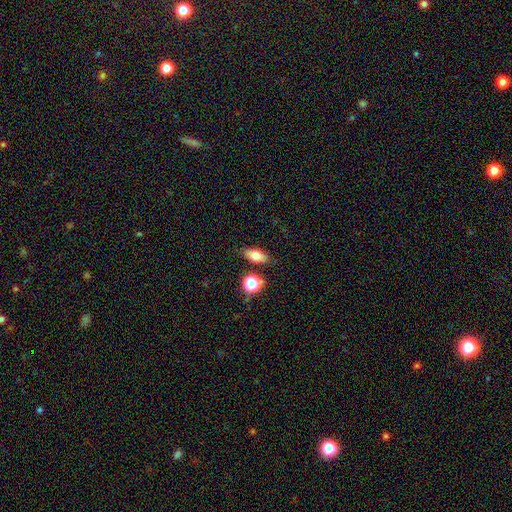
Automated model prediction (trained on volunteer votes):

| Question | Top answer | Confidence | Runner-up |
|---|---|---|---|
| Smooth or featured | smooth | 78% | star or artifact (11%) |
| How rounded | in between | 80% | round (10%) |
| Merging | none | 80% | minor disturbance (12%) |